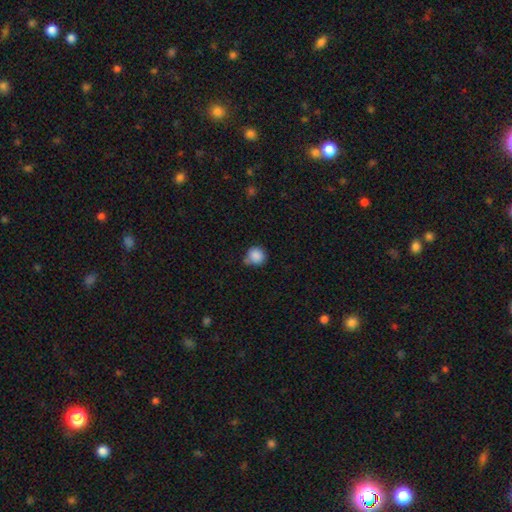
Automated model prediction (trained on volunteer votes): Smooth or featured: smooth — 87% (star or artifact — 9%)
How rounded: round — 90% (in between — 9%)
Merging: none — 58% (minor disturbance — 26%)